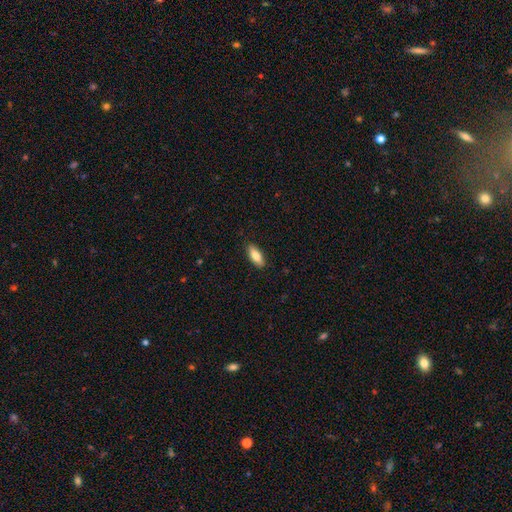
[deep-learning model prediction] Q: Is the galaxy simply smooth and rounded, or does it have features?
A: smooth — 83%.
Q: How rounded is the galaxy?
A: in between — 77%.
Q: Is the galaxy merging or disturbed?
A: none — 88%.